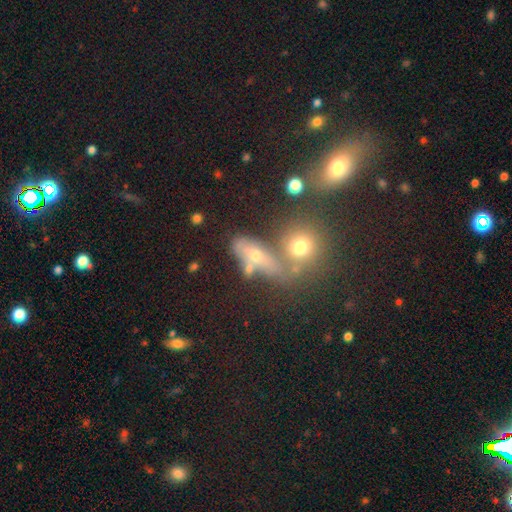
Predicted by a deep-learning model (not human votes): This is possibly a smooth galaxy (54%). How rounded: possibly in between (52%). Merging: possibly none (48%).